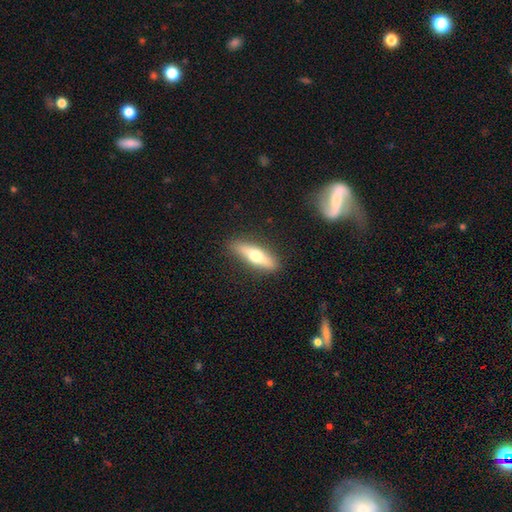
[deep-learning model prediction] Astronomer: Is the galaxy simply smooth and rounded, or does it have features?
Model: smooth — 54% (runner-up: featured or disk, 40%).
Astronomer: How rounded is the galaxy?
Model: cigar-shaped — 68%.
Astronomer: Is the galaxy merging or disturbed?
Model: none — 88%.